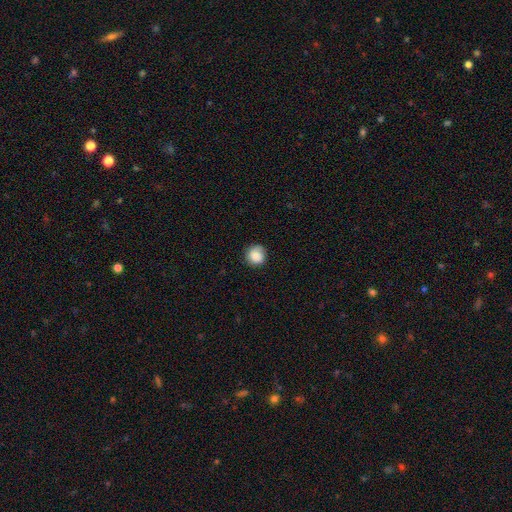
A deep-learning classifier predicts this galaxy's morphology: smooth_or_featured: smooth (p=0.86) [alt: star or artifact p=0.08]
how_rounded: round (p=0.92) [alt: in between p=0.07]
merging: none (p=0.82) [alt: minor disturbance p=0.14]